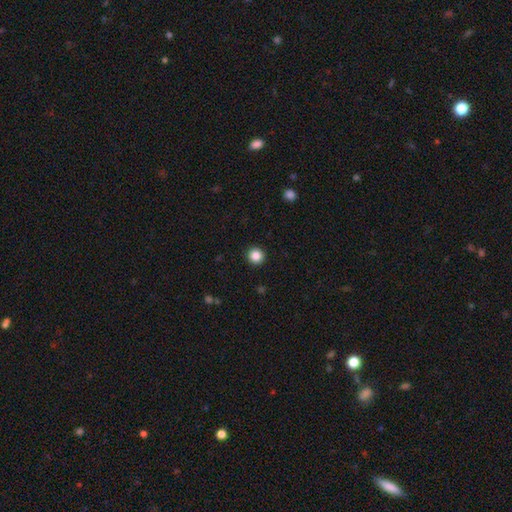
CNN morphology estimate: The model was most divided on "smooth or featured": smooth: 86%, star or artifact: 11%, featured or disk: 3%. More confident: how rounded — round (95%); merging — none (93%).